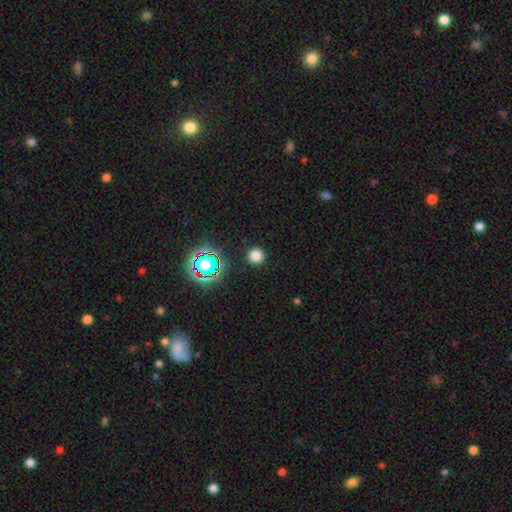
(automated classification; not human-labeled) Smooth or featured?
  - smooth: 76% *
  - star or artifact: 19%
  - featured or disk: 5%
How rounded?
  - round: 94% *
  - in between: 5%
  - cigar-shaped: 1%
Merging?
  - none: 90% *
  - minor disturbance: 6%
  - major disturbance: 2%
  - merger: 2%